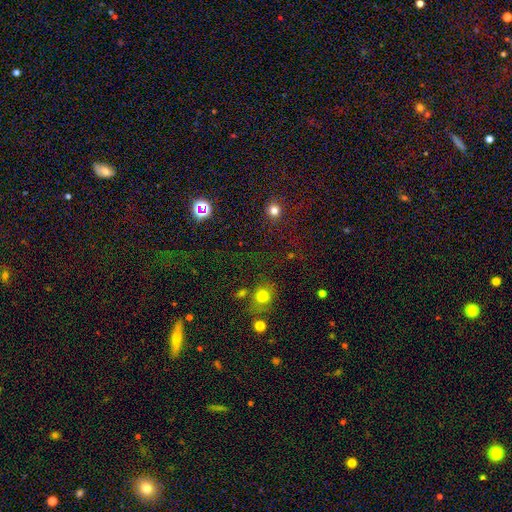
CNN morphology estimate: This appears to be a smooth galaxy with no disk features (46%). Merging: none (75%).